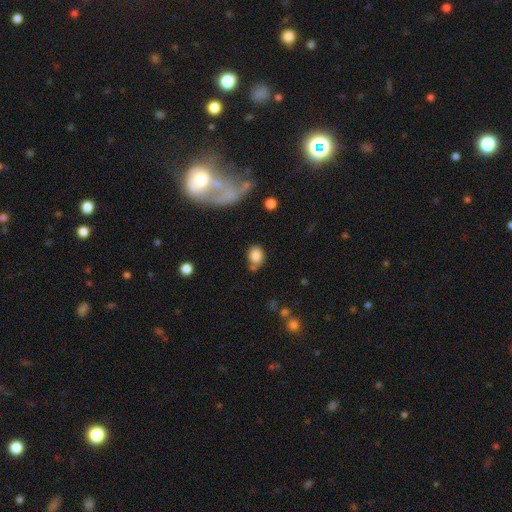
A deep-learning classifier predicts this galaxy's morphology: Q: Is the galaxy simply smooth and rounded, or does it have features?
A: smooth — 83%.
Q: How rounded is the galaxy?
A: in between — 57%.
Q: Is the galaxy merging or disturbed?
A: none — 54%.